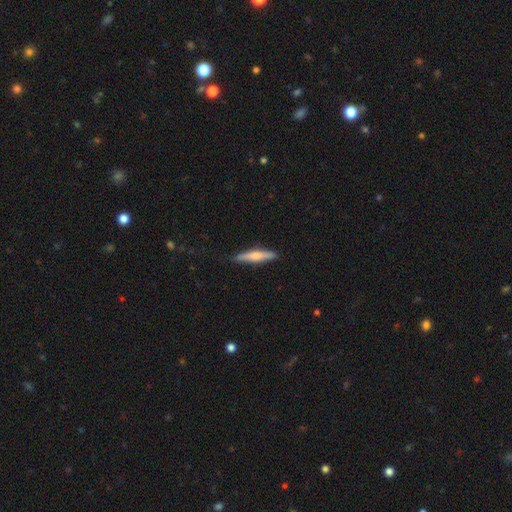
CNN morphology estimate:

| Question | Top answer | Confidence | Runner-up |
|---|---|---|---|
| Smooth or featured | smooth | 52% | featured or disk (43%) |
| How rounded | cigar-shaped | 89% | in between (10%) |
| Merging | none | 88% | minor disturbance (9%) |